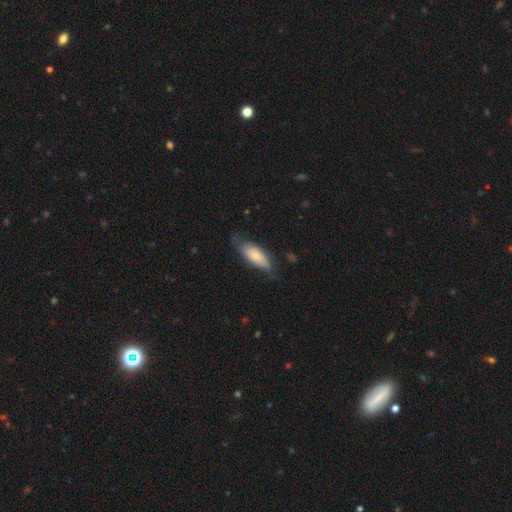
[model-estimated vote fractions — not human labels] smooth 66%, featured or disk 28%, star or artifact 6%. Down the decision tree: how rounded — in between (76%); merging — none (56%).